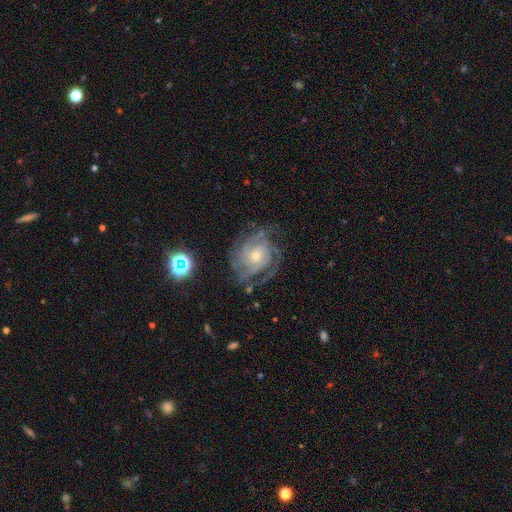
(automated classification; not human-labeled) featured or disk 88%, star or artifact 6%, smooth 5%. Down the decision tree: edge-on disk — no (98%); bar — no (71%); spiral arms — yes (97%); spiral arm count — 3 (32%); spiral winding — tight (66%); bulge size — small (55%); merging — none (71%).